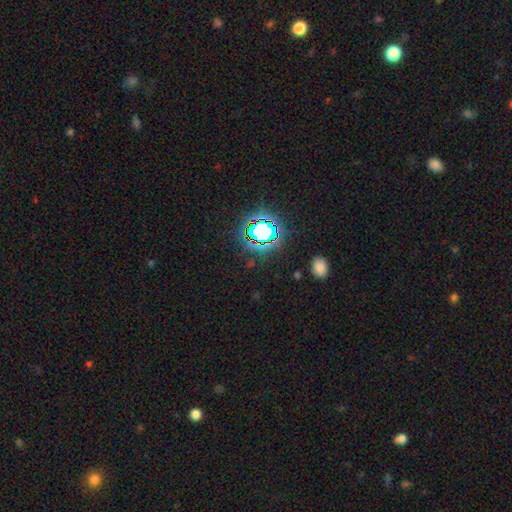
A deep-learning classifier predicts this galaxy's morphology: Smooth or featured? star or artifact (77%)